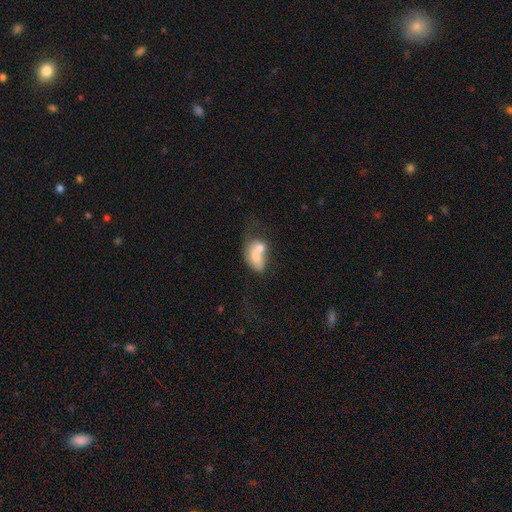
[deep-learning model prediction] This appears to be a smooth galaxy with no disk features (60%) that is in between round and cigar-shaped (76%). Merging: merger (66%).